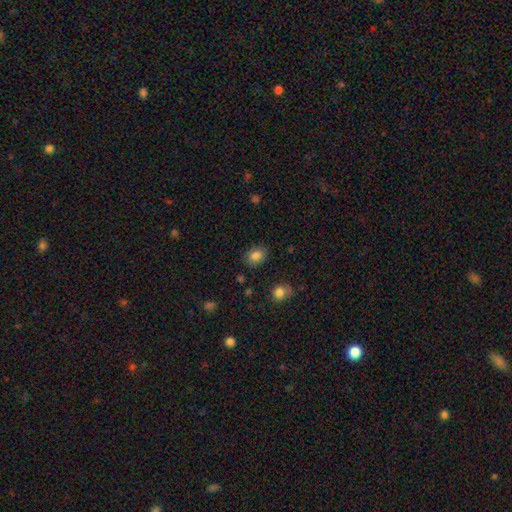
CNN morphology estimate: smooth_or_featured: smooth (p=0.84) [alt: star or artifact p=0.10]
how_rounded: in between (p=0.60) [alt: round p=0.39]
merging: none (p=0.83) [alt: minor disturbance p=0.12]